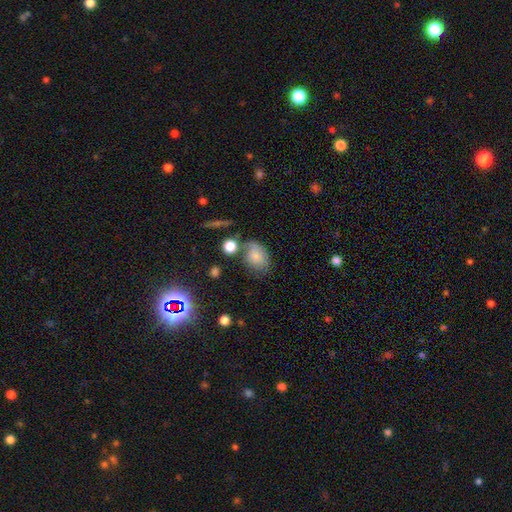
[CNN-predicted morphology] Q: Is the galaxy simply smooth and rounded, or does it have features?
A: smooth — 75%.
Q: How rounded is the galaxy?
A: in between — 72%.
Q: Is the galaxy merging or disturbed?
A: none — 53%.